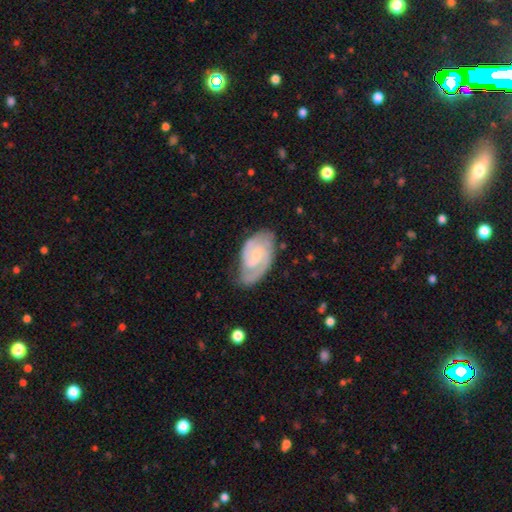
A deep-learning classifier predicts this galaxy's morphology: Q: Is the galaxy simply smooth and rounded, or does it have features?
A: featured or disk — 87%.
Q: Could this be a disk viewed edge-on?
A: no — 97%.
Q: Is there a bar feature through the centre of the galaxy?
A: weak — 49%.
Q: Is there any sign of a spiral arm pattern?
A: yes — 97%.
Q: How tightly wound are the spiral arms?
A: tight — 52%.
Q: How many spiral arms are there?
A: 2 — 77%.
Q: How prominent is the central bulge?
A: small — 62%.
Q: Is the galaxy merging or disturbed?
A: none — 70%.